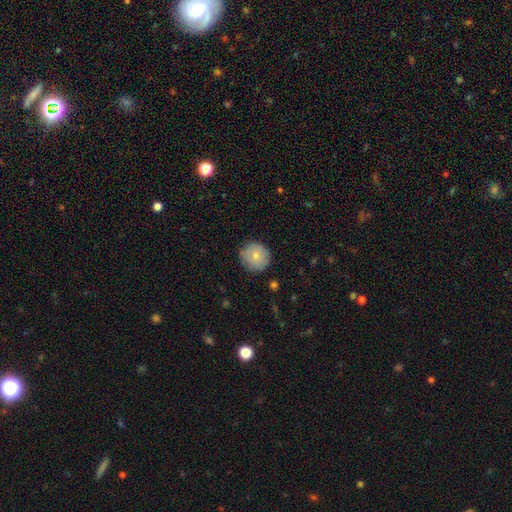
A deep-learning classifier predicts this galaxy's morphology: This is likely a smooth galaxy (77%). How rounded: clearly round (94%). Merging: clearly none (83%).